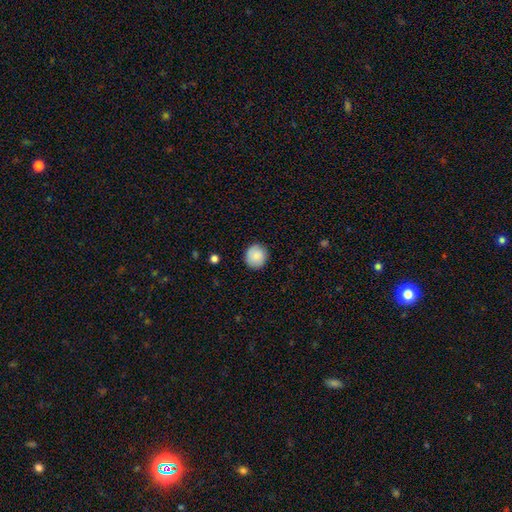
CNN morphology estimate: A smooth galaxy with no disk features (87%) that is round (92%). Merging: none (90%).